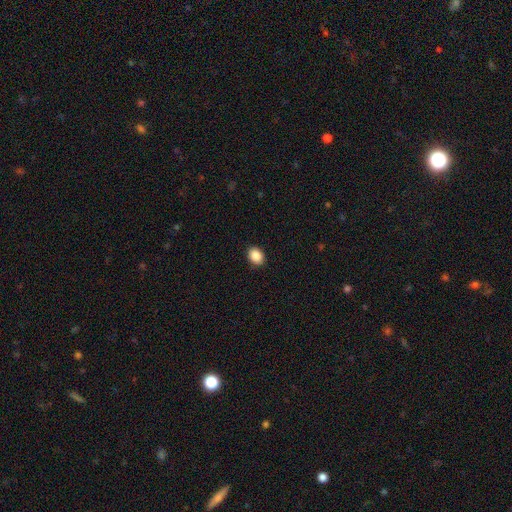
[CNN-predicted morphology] Smooth or featured? Predicted: smooth (p=0.89). How rounded? Predicted: in between (p=0.65). Merging? Predicted: none (p=0.90).